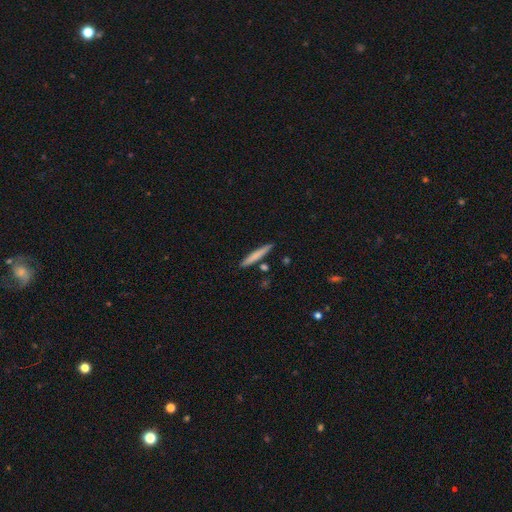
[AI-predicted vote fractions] Smooth or featured: smooth — 72% (featured or disk — 22%)
How rounded: cigar-shaped — 95% (in between — 3%)
Merging: none — 86% (minor disturbance — 8%)